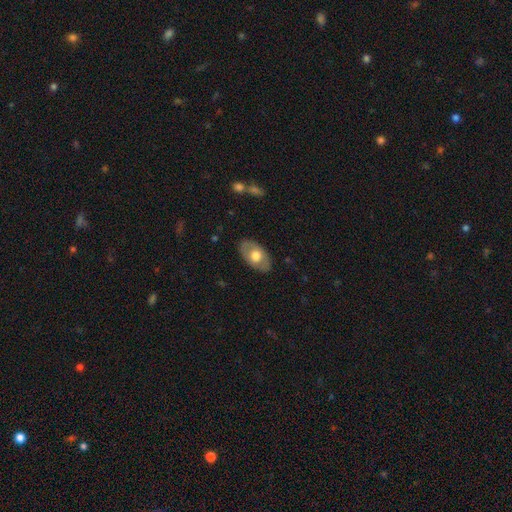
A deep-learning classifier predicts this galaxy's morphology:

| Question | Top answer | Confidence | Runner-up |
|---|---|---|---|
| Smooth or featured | smooth | 54% | featured or disk (40%) |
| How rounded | in between | 90% | round (9%) |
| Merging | none | 83% | minor disturbance (12%) |